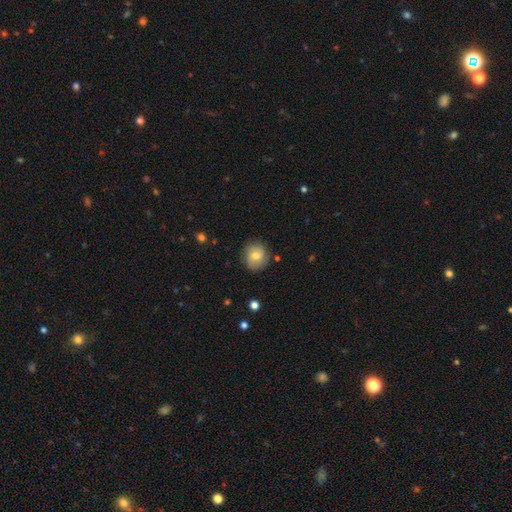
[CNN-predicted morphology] Overall: smooth (59%; featured or disk 33%). How rounded: round (85%). Merging: none (82%).